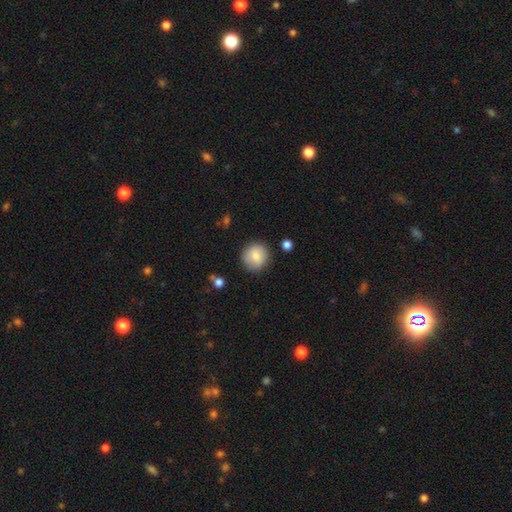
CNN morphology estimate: Q: Smooth or featured?
A: smooth (81%); runner-up: featured or disk (11%)
Q: How rounded?
A: round (90%); runner-up: in between (9%)
Q: Merging?
A: none (84%); runner-up: minor disturbance (11%)